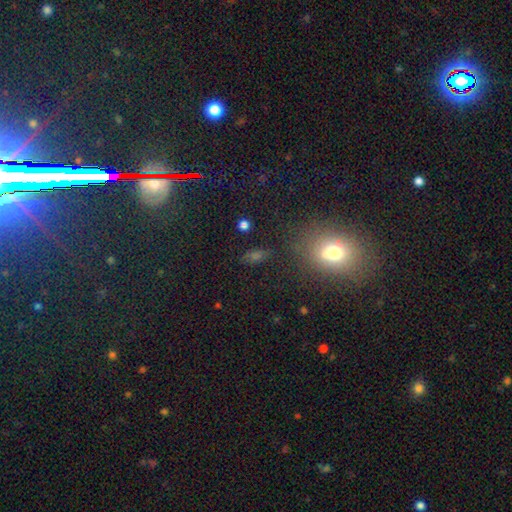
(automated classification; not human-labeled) This appears to be a smooth galaxy with no disk features (54%) that is in between round and cigar-shaped (68%). Merging: none (76%).